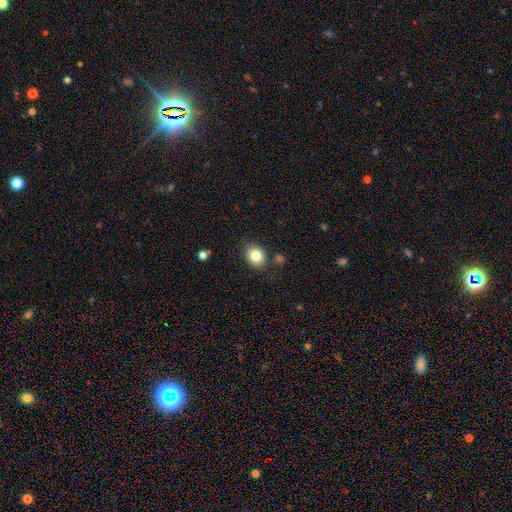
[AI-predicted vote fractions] Q: Smooth or featured?
A: smooth (82%); runner-up: star or artifact (9%)
Q: How rounded?
A: in between (52%); runner-up: round (47%)
Q: Merging?
A: none (80%); runner-up: minor disturbance (13%)